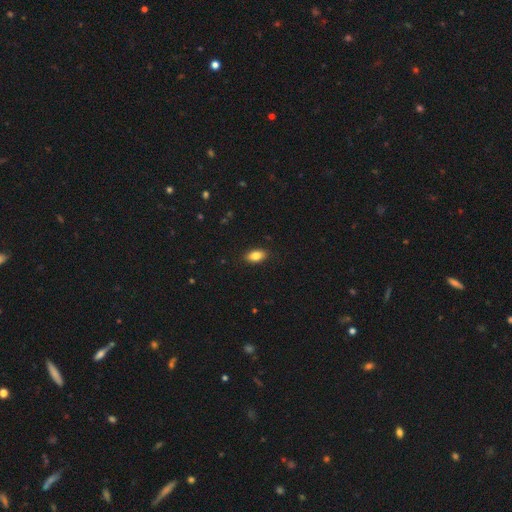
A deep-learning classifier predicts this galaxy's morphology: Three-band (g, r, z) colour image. It shows a smooth galaxy with no disk features (84%) that is in between round and cigar-shaped (90%). Merging: none (88%).